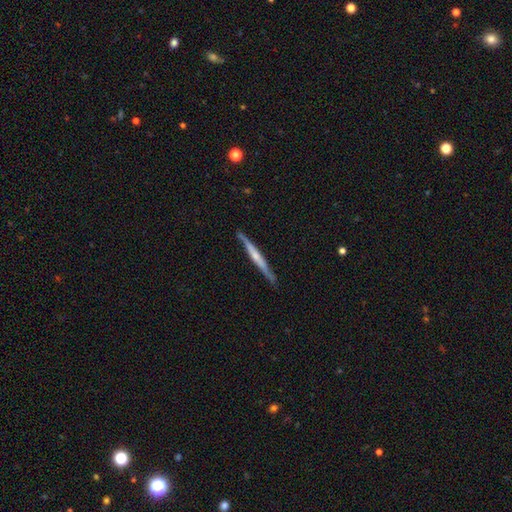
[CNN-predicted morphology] smooth-or-featured: featured or disk: 66% | smooth: 29% | star or artifact: 5%
  disk-edge-on: yes: 96% | no: 4%
    edge-on-bulge: rounded: 54% | none: 34% | boxy: 12%
  merging: none: 83% | minor disturbance: 13% | major disturbance: 2% | merger: 2%